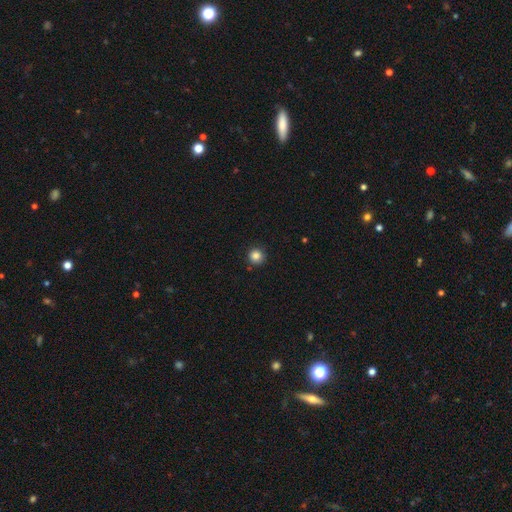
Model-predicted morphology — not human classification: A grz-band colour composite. It shows a smooth galaxy with no disk features (85%) that is round (95%). Merging: none (90%).